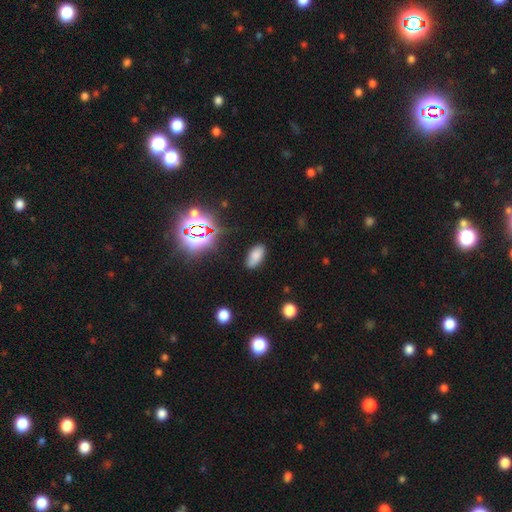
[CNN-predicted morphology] A smooth galaxy with no disk features (75%) that is in between round and cigar-shaped (92%).

Vote fractions:
- Smooth or featured? smooth: 75% / star or artifact: 17% / featured or disk: 8%
- How rounded? in between: 92% / cigar-shaped: 5% / round: 3%
- Merging? none: 83% / minor disturbance: 12% / major disturbance: 3% / merger: 2%